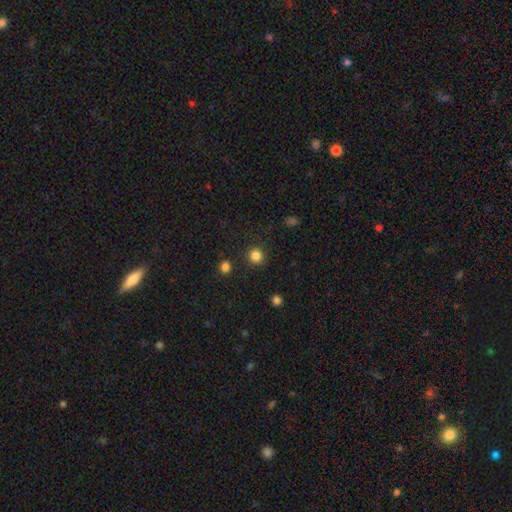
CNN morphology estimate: Overall: smooth (84%). How rounded: round (92%). Merging: none (89%).